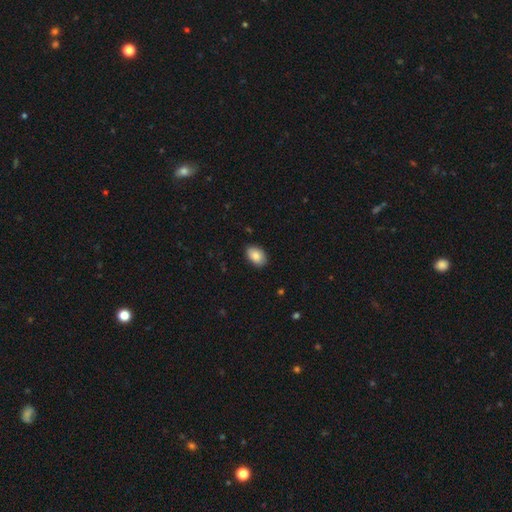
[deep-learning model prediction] This appears to be a smooth galaxy with no disk features (87%) that is in between round and cigar-shaped (89%). Merging: none (86%).